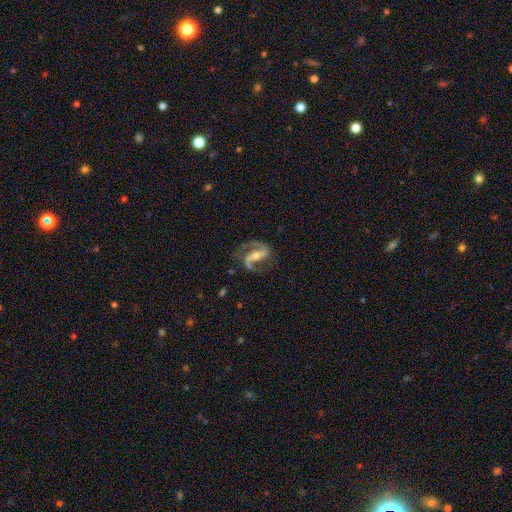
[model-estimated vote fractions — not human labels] Smooth or featured?
  - featured or disk: 92% *
  - star or artifact: 5%
  - smooth: 3%
Edge-on disk?
  - no: 97% *
  - yes: 3%
Bar?
  - strong: 47% *
  - weak: 35%
  - no: 18%
Spiral arms?
  - yes: 98% *
  - no: 2%
Spiral winding?
  - medium: 58% *
  - loose: 28%
  - tight: 13%
Spiral arm count?
  - 2: 93% *
  - 1: 2%
  - can't tell: 2%
  - 3: 1%
  - 4: 1%
  - more than 4: 1%
Bulge size?
  - moderate: 48% *
  - small: 44%
  - none: 3%
  - large: 3%
  - dominant: 1%
Merging?
  - none: 77% *
  - minor disturbance: 13%
  - major disturbance: 8%
  - merger: 2%